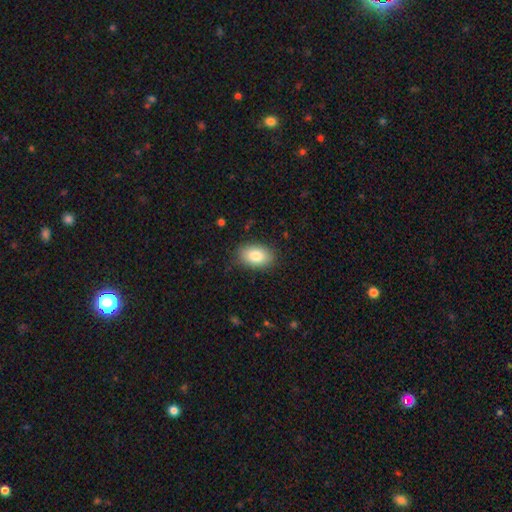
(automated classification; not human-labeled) A smooth galaxy with no disk features (85%) that is in between round and cigar-shaped (89%). Merging: none (84%).